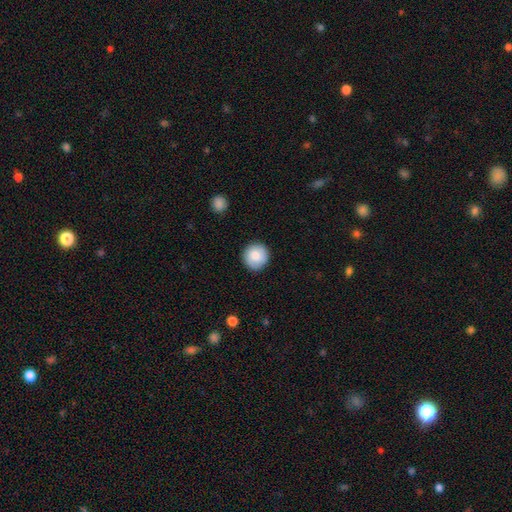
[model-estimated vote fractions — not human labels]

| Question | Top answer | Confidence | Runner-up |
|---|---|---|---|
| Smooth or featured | smooth | 79% | featured or disk (14%) |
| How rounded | round | 94% | in between (5%) |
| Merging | none | 89% | minor disturbance (8%) |